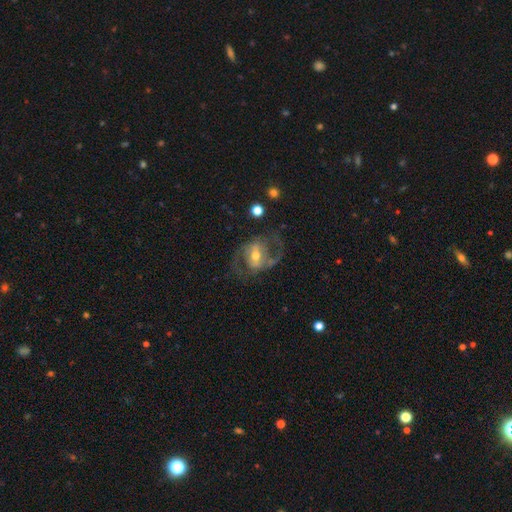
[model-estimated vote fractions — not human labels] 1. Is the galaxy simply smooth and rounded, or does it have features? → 80% featured or disk, 14% smooth, 6% star or artifact.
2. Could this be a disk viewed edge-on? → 96% no, 4% yes.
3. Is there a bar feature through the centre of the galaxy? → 42% weak, 30% strong, 28% no.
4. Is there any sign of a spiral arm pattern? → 84% yes, 16% no.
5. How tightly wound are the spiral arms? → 53% medium, 32% loose, 15% tight.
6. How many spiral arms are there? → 88% 2, 6% can't tell, 3% 1, 1% 3, 1% 4, 1% more than 4.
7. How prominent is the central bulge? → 65% moderate, 25% small, 7% large, 1% none, 1% dominant.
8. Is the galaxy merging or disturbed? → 64% none, 18% major disturbance, 16% minor disturbance, 2% merger.